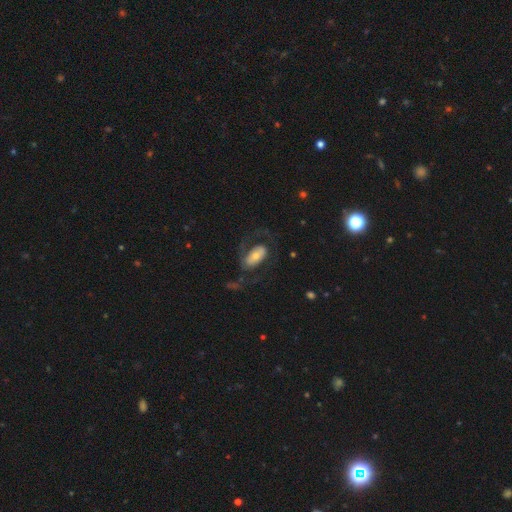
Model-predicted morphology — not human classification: smooth_or_featured: featured or disk (p=0.49) [alt: smooth p=0.44]
merging: none (p=0.52) [alt: major disturbance p=0.30]